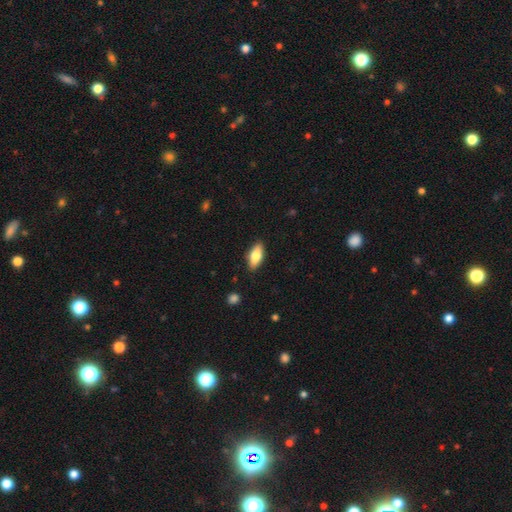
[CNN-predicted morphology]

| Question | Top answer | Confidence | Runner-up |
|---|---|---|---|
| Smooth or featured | smooth | 72% | featured or disk (22%) |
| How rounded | in between | 82% | cigar-shaped (15%) |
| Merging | none | 88% | minor disturbance (9%) |